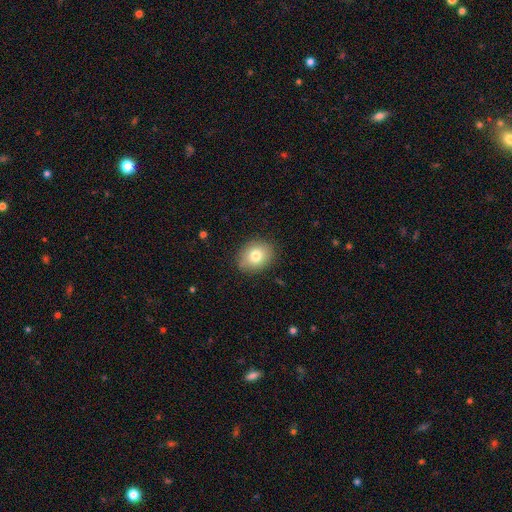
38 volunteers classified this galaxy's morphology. Smooth or featured? smooth (71%)
How rounded? round (56%)
Merging? none (89%)